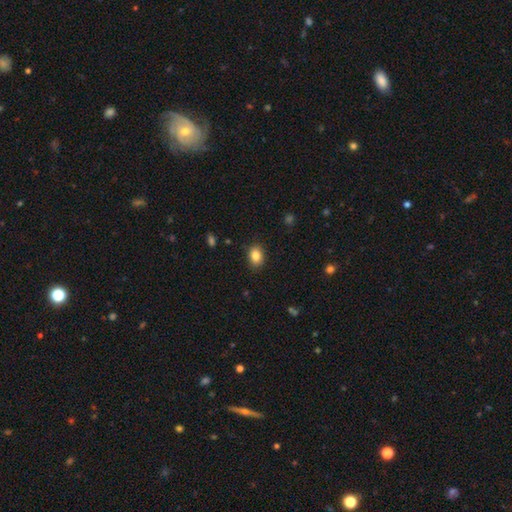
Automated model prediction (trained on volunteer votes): smooth_or_featured: smooth (p=0.85) [alt: star or artifact p=0.09]
how_rounded: in between (p=0.68) [alt: round p=0.31]
merging: none (p=0.87) [alt: minor disturbance p=0.09]